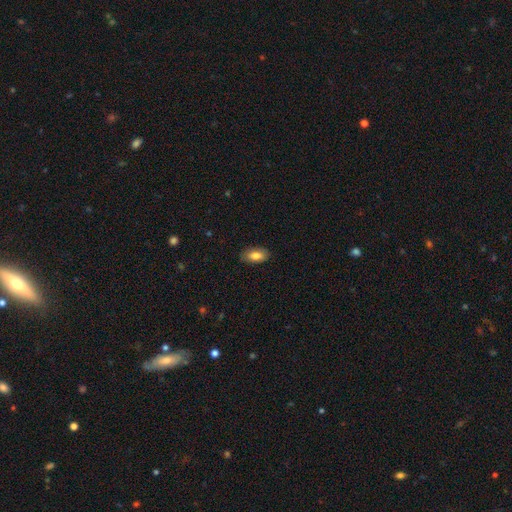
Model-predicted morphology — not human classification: Smooth or featured: smooth — 81% (featured or disk — 12%)
How rounded: in between — 93% (cigar-shaped — 4%)
Merging: none — 86% (minor disturbance — 11%)